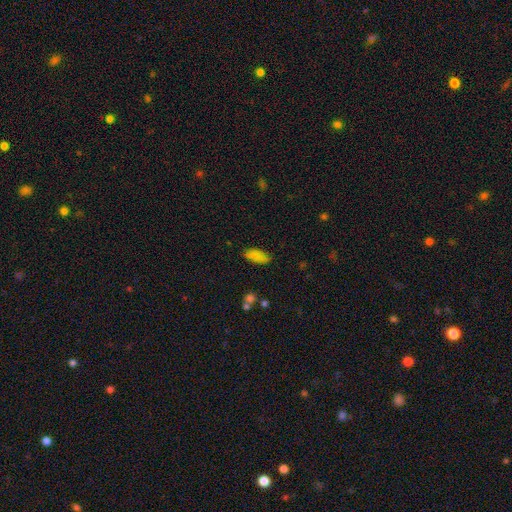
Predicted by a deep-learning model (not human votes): smooth 84%, star or artifact 10%, featured or disk 6%. Down the decision tree: how rounded — in between (82%); merging — none (81%).